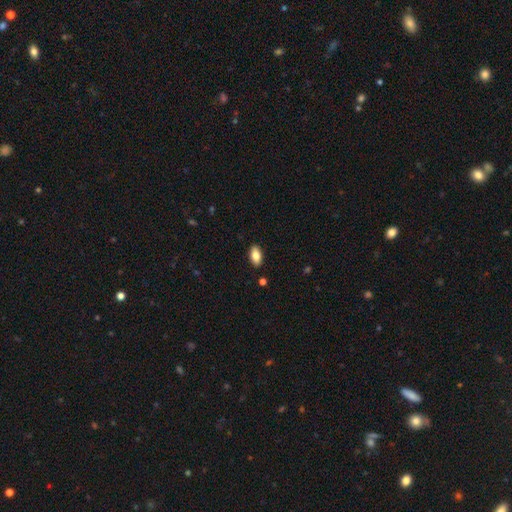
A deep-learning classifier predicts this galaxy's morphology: This appears to be a smooth galaxy with no disk features (81%) that is in between round and cigar-shaped (91%). Merging: none (89%).